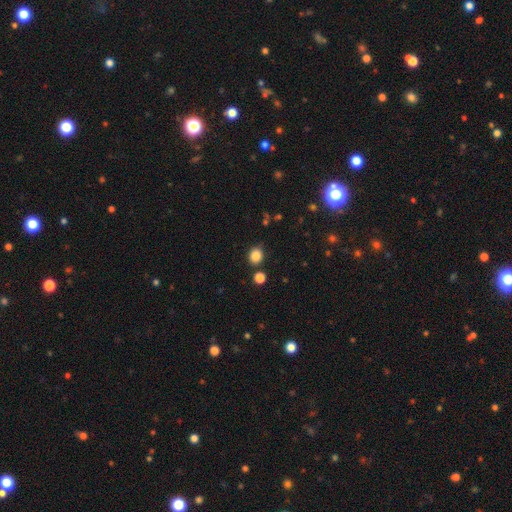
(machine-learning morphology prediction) type=smooth (85%); roundness=round (67%); merging=none (80%).